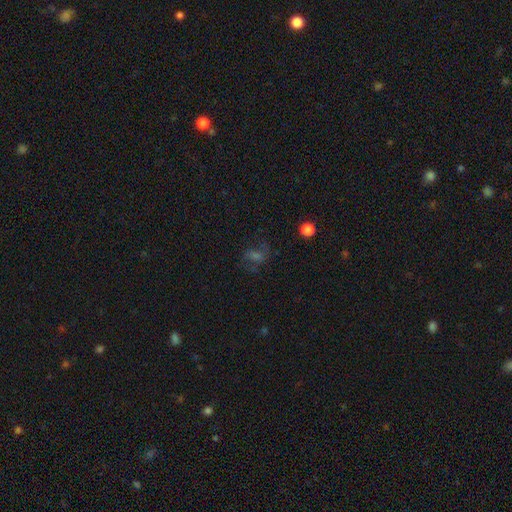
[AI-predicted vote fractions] featured or disk 37%, star or artifact 33%, smooth 31%. Down the decision tree: merging — none (63%).